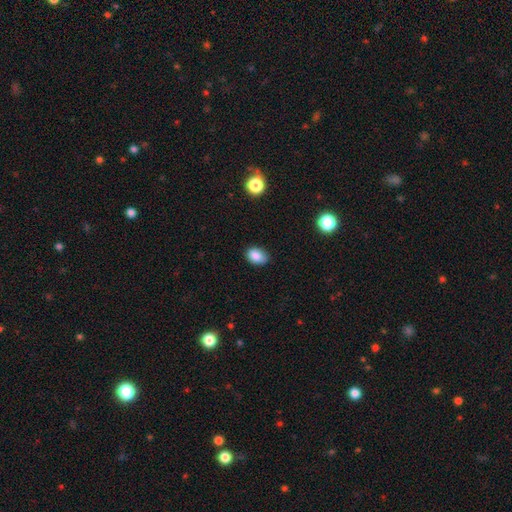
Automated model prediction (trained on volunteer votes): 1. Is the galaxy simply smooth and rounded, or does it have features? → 86% smooth, 9% star or artifact, 4% featured or disk.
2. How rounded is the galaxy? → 81% in between, 17% round, 1% cigar-shaped.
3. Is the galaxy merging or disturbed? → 77% none, 19% minor disturbance, 3% major disturbance, 1% merger.